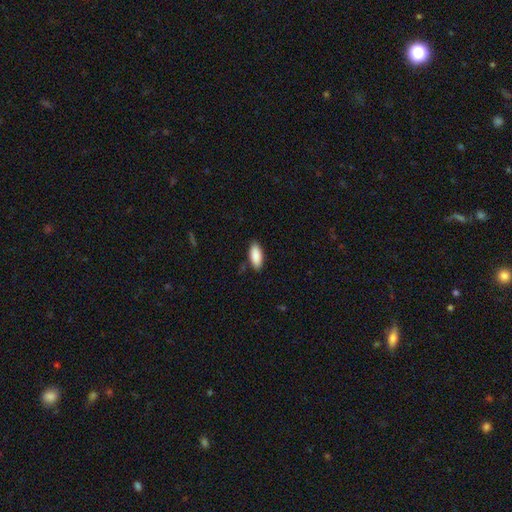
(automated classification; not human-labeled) smooth 88%, star or artifact 6%, featured or disk 6%. Down the decision tree: how rounded — in between (84%); merging — none (85%).